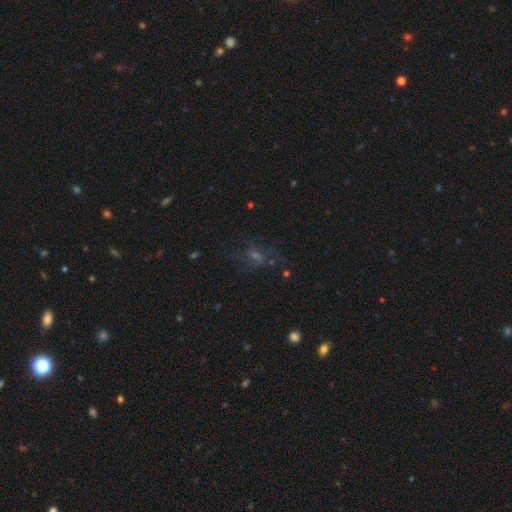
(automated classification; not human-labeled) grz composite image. It shows a star or artifact, not a galaxy (36%).